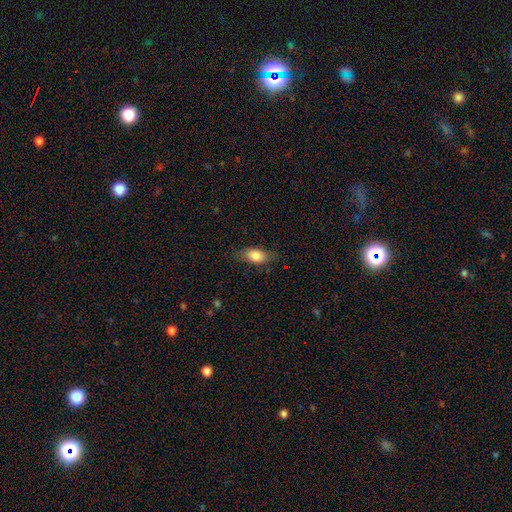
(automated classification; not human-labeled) Smooth or featured? Predicted: smooth (p=0.81). How rounded? Predicted: in between (p=0.84). Merging? Predicted: none (p=0.74).